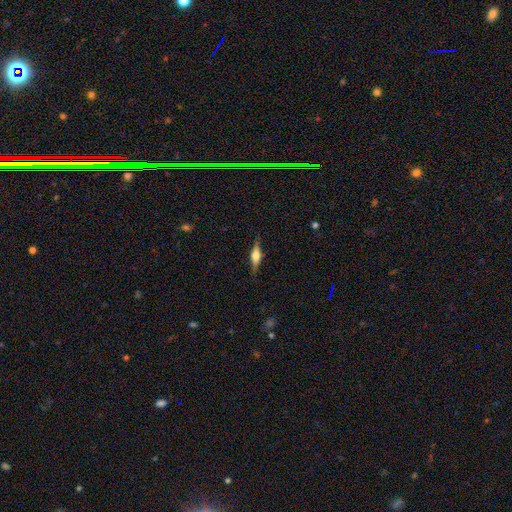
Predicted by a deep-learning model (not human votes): A featured or disk galaxy (62%) viewed edge-on (96%) with a rounded central bulge (88%). Merging: none (85%).